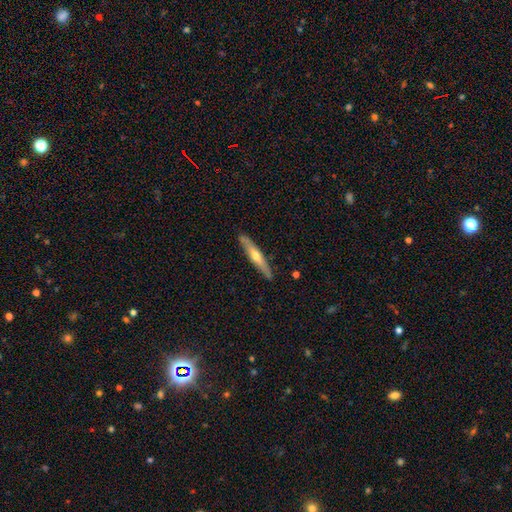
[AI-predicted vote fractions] smooth_or_featured: featured or disk (p=0.61) [alt: smooth p=0.33]
disk_edge_on: yes (p=0.92) [alt: no p=0.08]
edge_on_bulge: rounded (p=0.84) [alt: none p=0.13]
merging: none (p=0.89) [alt: minor disturbance p=0.08]